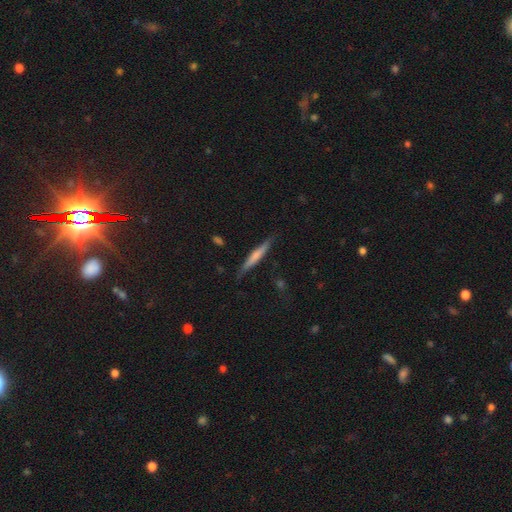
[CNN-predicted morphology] smooth-or-featured: smooth: 53% | featured or disk: 41% | star or artifact: 6%
  how-rounded: cigar-shaped: 93% | in between: 5% | round: 2%
  merging: none: 83% | minor disturbance: 13% | major disturbance: 2% | merger: 2%